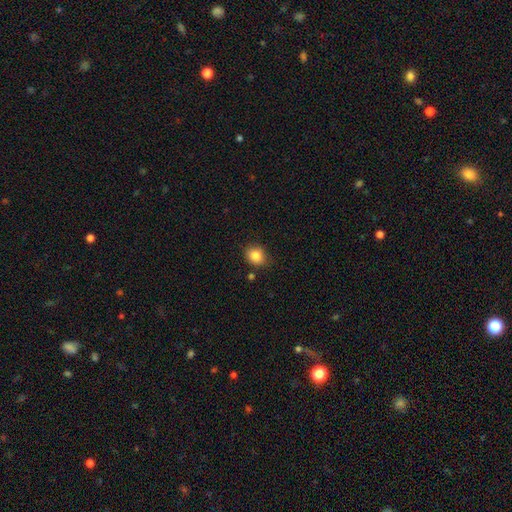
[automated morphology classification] Smooth or featured?
  - smooth: 84% *
  - star or artifact: 10%
  - featured or disk: 6%
How rounded?
  - round: 66% *
  - in between: 33%
  - cigar-shaped: 1%
Merging?
  - none: 82% *
  - minor disturbance: 13%
  - merger: 3%
  - major disturbance: 3%